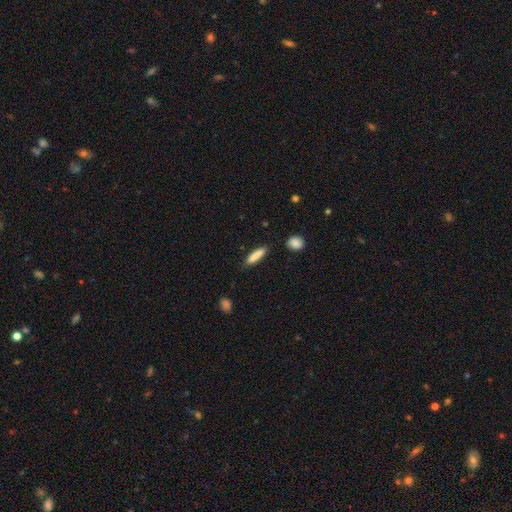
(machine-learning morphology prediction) Smooth or featured: smooth — 84% (featured or disk — 10%)
How rounded: cigar-shaped — 80% (in between — 18%)
Merging: none — 86% (minor disturbance — 10%)